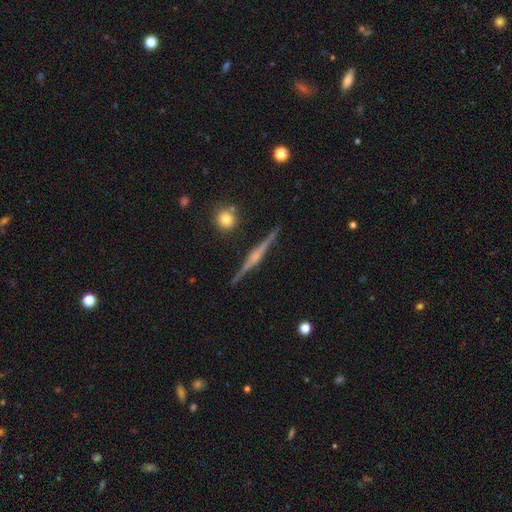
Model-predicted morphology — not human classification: A featured or disk galaxy (83%) viewed edge-on (98%) with a rounded central bulge (67%). Merging: none (90%).